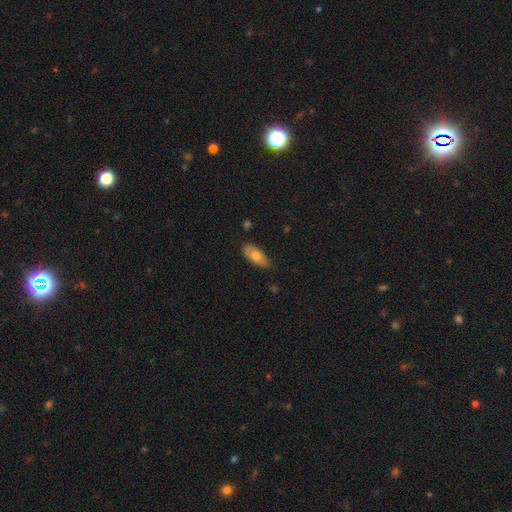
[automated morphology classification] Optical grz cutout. It shows a smooth galaxy with no disk features (74%) that is in between round and cigar-shaped (87%). Merging: none (82%).